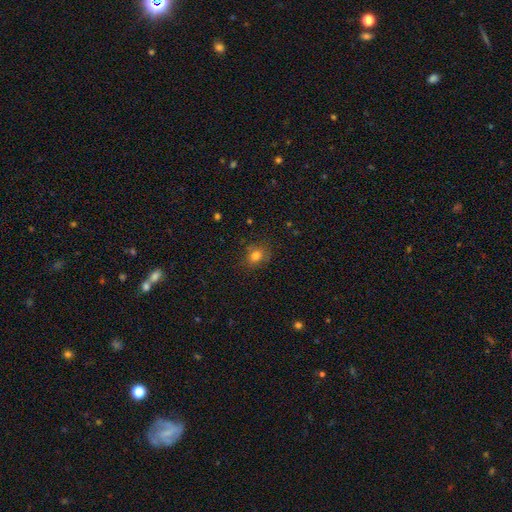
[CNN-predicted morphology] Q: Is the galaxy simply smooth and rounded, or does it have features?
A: smooth — 77%.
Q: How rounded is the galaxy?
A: round — 59%.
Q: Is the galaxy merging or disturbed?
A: none — 77%.